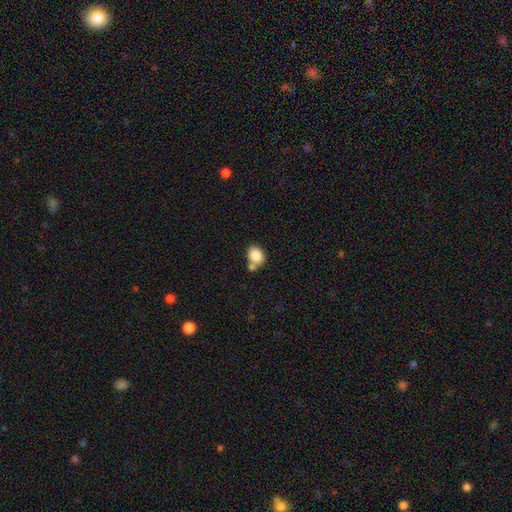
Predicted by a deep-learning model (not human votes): Smooth or featured? Predicted: smooth (p=0.85). How rounded? Predicted: in between (p=0.61). Merging? Predicted: none (p=0.55).